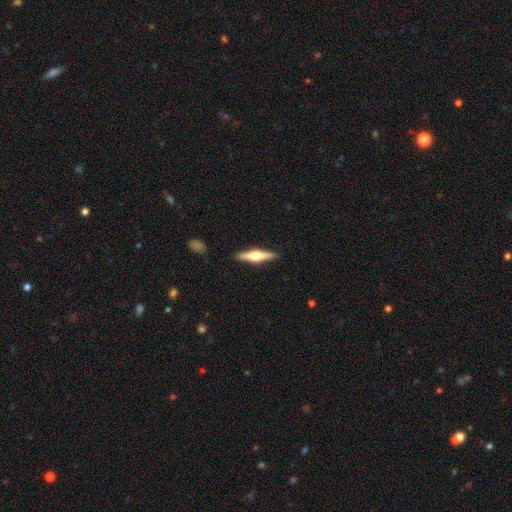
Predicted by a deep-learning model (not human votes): Q: Smooth or featured?
A: featured or disk (62%); runner-up: smooth (33%)
Q: Edge-on disk?
A: yes (97%); runner-up: no (3%)
Q: Edge-on bulge?
A: rounded (92%); runner-up: boxy (5%)
Q: Merging?
A: none (91%); runner-up: minor disturbance (7%)